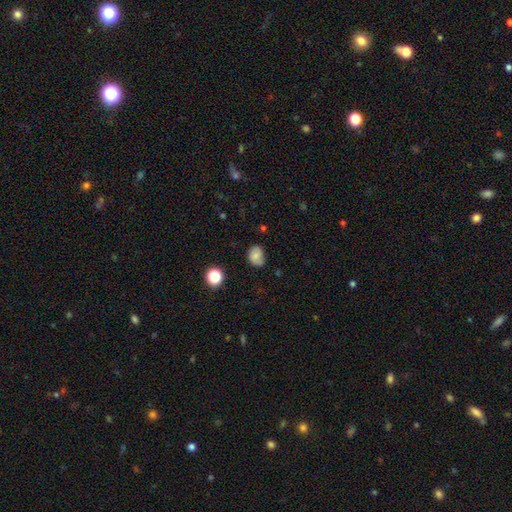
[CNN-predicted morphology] The model was most divided on "how rounded": in between: 53%, round: 46%, cigar-shaped: 1%. More confident: smooth or featured — smooth (73%); merging — none (63%).